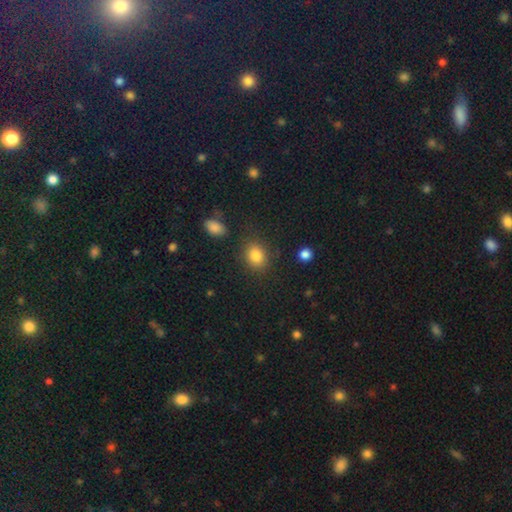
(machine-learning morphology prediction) smooth-or-featured: smooth: 83% | star or artifact: 11% | featured or disk: 6%
  how-rounded: in between: 50% | round: 49% | cigar-shaped: 1%
  merging: none: 81% | minor disturbance: 11% | major disturbance: 4% | merger: 4%